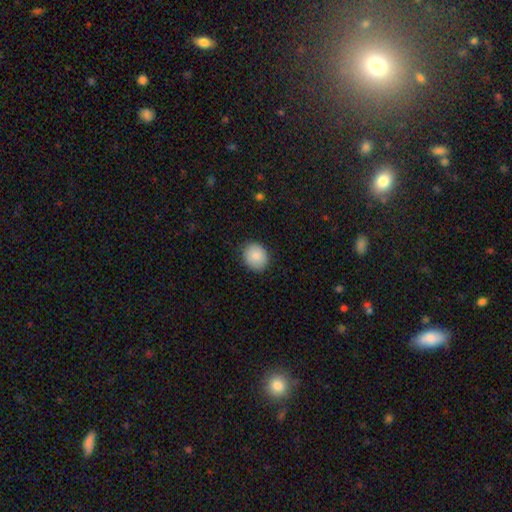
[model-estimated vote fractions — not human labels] Morphology: type=smooth (87%); roundness=round (64%); merging=none (87%).